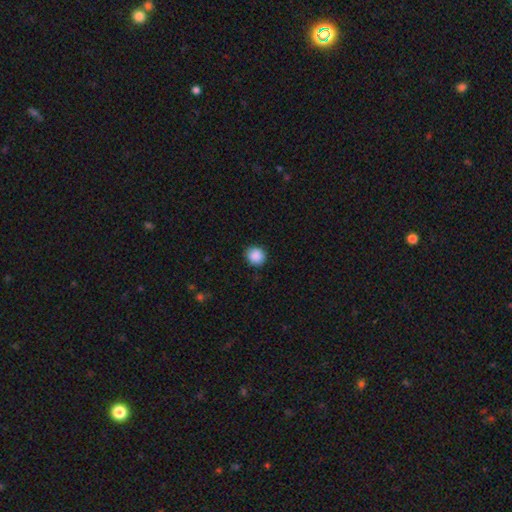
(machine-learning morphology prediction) A smooth galaxy with no disk features (89%) that is round (89%). Merging: none (88%).